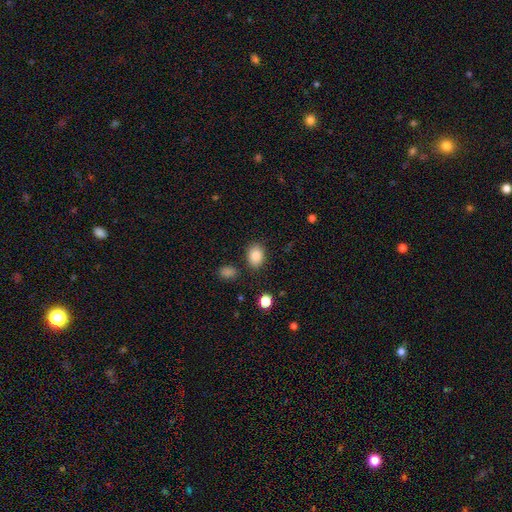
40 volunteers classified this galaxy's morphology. This appears to be a smooth galaxy with no disk features (85%) that is in between round and cigar-shaped (53%). Merging: none (76%).